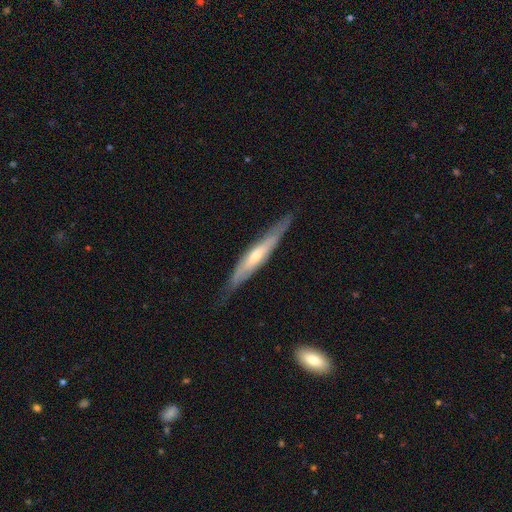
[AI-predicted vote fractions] Smooth or featured?
  - featured or disk: 60% *
  - smooth: 34%
  - star or artifact: 6%
Edge-on disk?
  - yes: 82% *
  - no: 18%
Merging?
  - none: 78% *
  - minor disturbance: 17%
  - major disturbance: 4%
  - merger: 1%